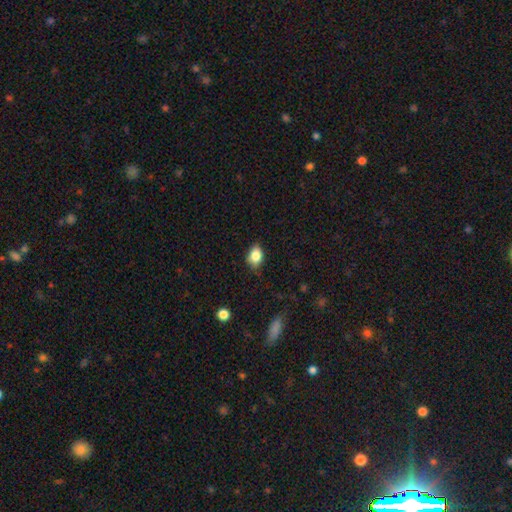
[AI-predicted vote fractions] This appears to be a smooth galaxy with no disk features (82%) that is in between round and cigar-shaped (75%). Merging: none (76%).